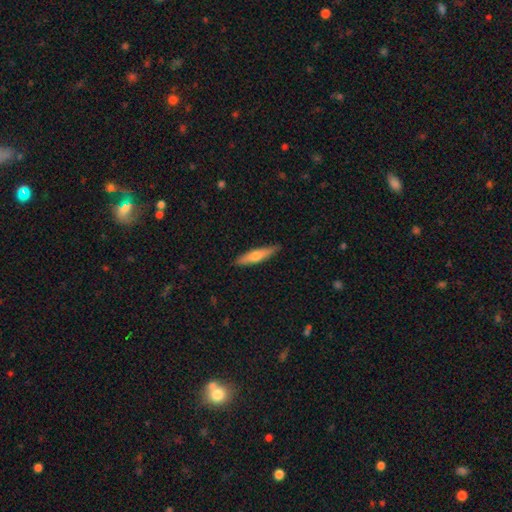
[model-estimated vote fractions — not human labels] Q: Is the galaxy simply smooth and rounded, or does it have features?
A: smooth — 54%.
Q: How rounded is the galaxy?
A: cigar-shaped — 84%.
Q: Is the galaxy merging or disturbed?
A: none — 89%.